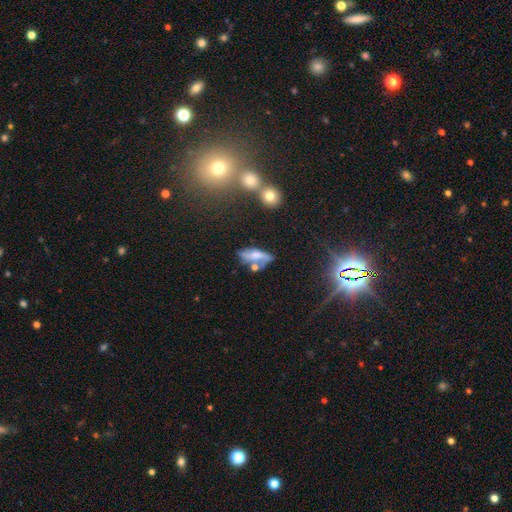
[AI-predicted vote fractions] A smooth galaxy with no disk features (48%).

Vote fractions:
- Smooth or featured? smooth: 48% / featured or disk: 41% / star or artifact: 11%
- Merging? none: 41% / merger: 23% / minor disturbance: 23% / major disturbance: 13%